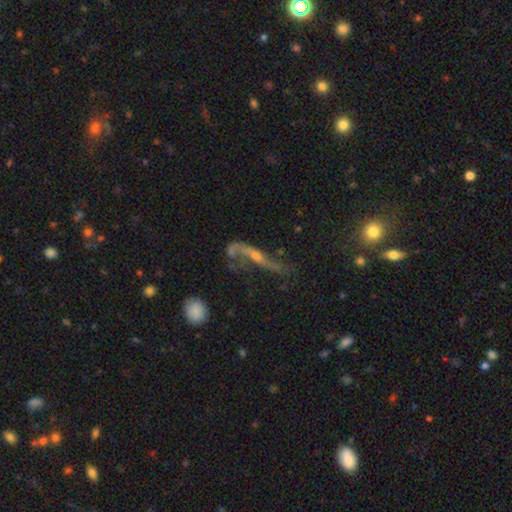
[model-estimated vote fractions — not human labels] Smooth or featured? featured or disk (78%)
Edge-on disk? no (63%)
Merging? none (39%)